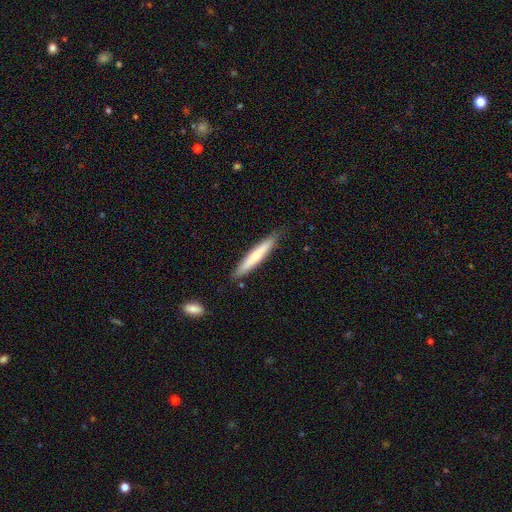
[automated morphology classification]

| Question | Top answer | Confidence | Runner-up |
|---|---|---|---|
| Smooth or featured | smooth | 59% | featured or disk (36%) |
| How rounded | cigar-shaped | 93% | in between (5%) |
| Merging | none | 86% | minor disturbance (11%) |